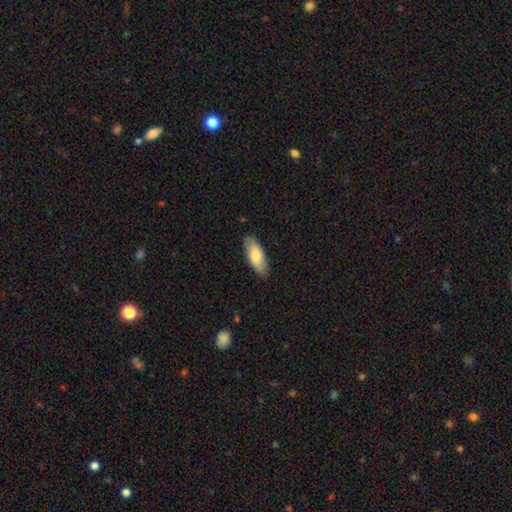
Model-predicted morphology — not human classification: type=smooth (76%); roundness=in between (78%); merging=none (85%).